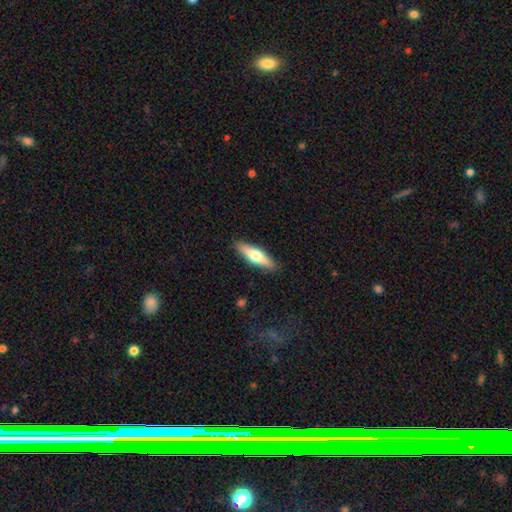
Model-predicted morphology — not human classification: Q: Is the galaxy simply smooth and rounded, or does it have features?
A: smooth — 53%.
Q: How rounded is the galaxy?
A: cigar-shaped — 65%.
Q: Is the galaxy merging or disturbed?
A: none — 89%.